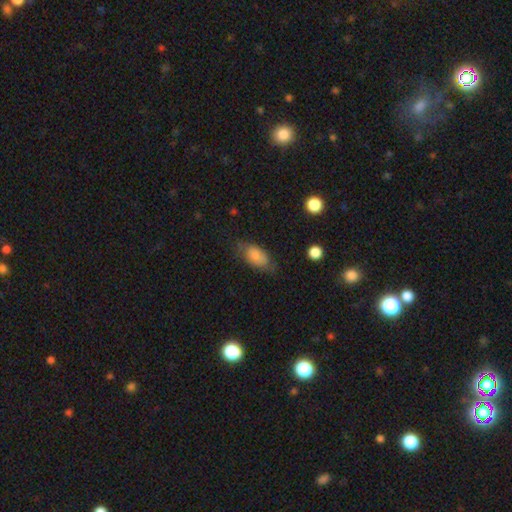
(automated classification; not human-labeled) Smooth or featured? smooth (72%)
How rounded? in between (90%)
Merging? none (60%)